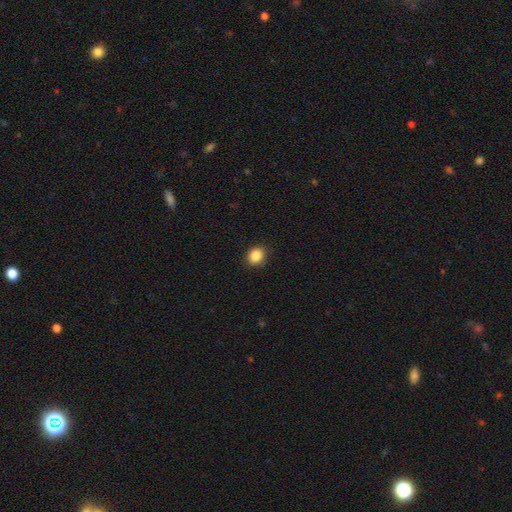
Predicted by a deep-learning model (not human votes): The model was most divided on "how rounded": round: 72%, in between: 27%, cigar-shaped: 1%. More confident: merging — none (88%); smooth or featured — smooth (87%).